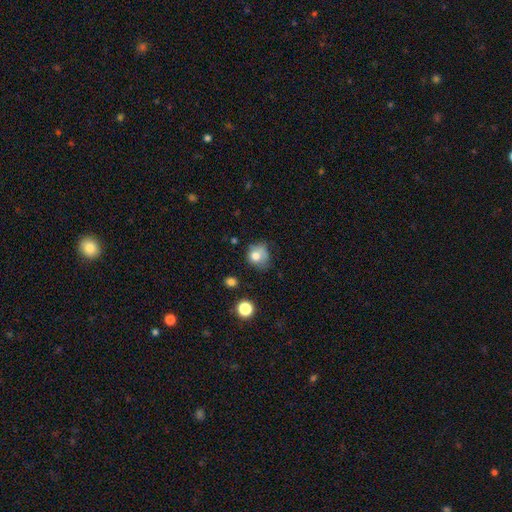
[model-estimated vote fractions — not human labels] smooth 74%, featured or disk 15%, star or artifact 11%. Down the decision tree: how rounded — round (74%); merging — none (48%).